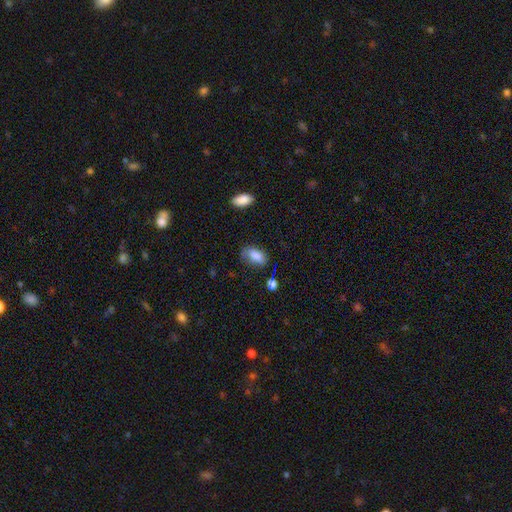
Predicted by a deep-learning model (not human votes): Smooth or featured: smooth — 82% (featured or disk — 9%)
How rounded: in between — 91% (round — 5%)
Merging: none — 59% (minor disturbance — 29%)